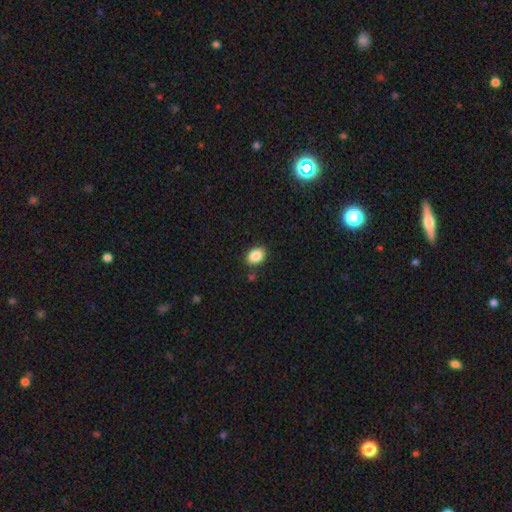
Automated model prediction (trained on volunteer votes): A smooth galaxy with no disk features (87%) that is in between round and cigar-shaped (74%). Merging: none (84%).